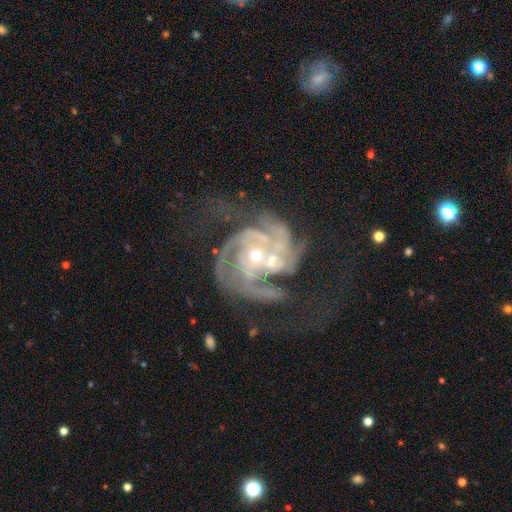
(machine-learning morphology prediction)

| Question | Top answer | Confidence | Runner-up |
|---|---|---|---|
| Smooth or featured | featured or disk | 89% | star or artifact (6%) |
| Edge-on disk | no | 98% | yes (2%) |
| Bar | no | 65% | weak (25%) |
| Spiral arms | yes | 97% | no (3%) |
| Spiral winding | tight | 50% | medium (39%) |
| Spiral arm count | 3 | 31% | 2 (28%) |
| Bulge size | small | 54% | moderate (41%) |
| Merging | merger | 32% | none (30%) |